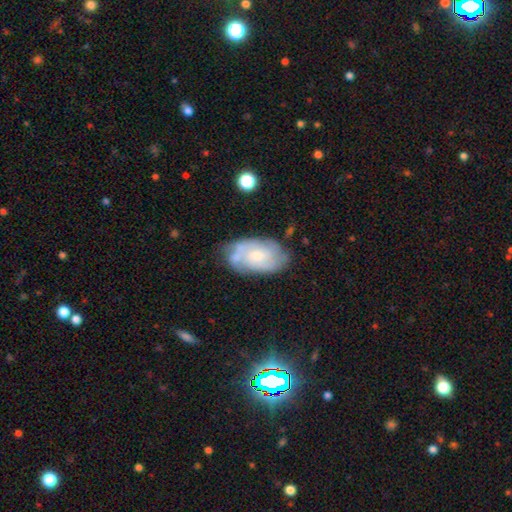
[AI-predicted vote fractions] A featured or disk galaxy (66%) with no bar (70%), tight (56%) spiral arms (82%) and a small central bulge (56%).

Vote fractions:
- Smooth or featured? featured or disk: 66% / smooth: 27% / star or artifact: 7%
- Edge-on disk? no: 95% / yes: 5%
- Bar? no: 70% / weak: 26% / strong: 4%
- Spiral arms? yes: 82% / no: 18%
- Spiral winding? tight: 56% / medium: 33% / loose: 10%
- Spiral arm count? can't tell: 43% / 2: 30% / 3: 15% / 4: 5% / 1: 4% / more than 4: 3%
- Bulge size? small: 56% / moderate: 38% / none: 3% / large: 2% / dominant: 1%
- Merging? none: 62% / minor disturbance: 25% / major disturbance: 7% / merger: 6%